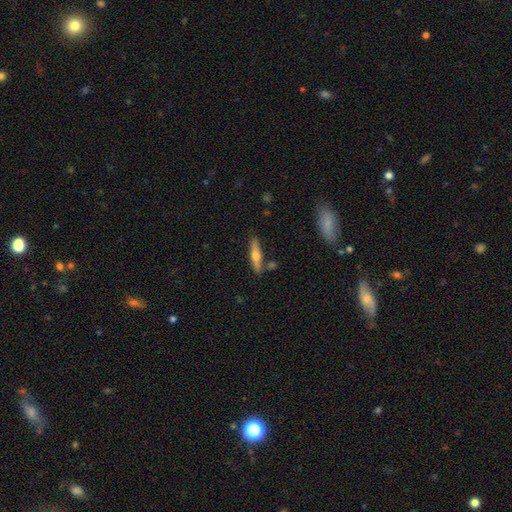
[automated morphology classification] Smooth or featured: smooth — 48% (featured or disk — 46%)
Merging: none — 80% (minor disturbance — 11%)